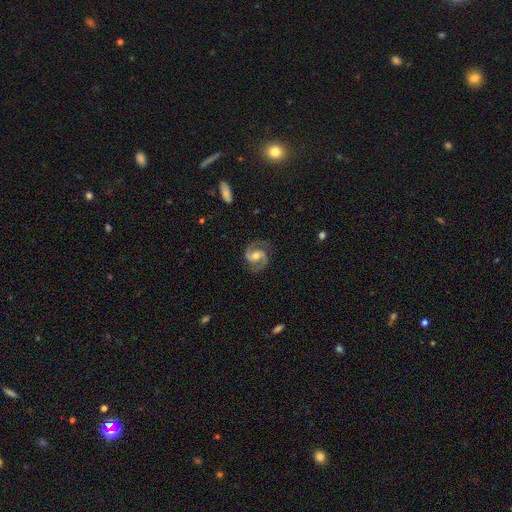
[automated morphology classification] smooth-or-featured: featured or disk: 93% | star or artifact: 4% | smooth: 3%
  disk-edge-on: no: 98% | yes: 2%
    bar: no: 43% | weak: 39% | strong: 18%
    has-spiral-arms: yes: 98% | no: 2%
      spiral-winding: medium: 62% | tight: 24% | loose: 13%
      spiral-arm-count: 2: 94% | can't tell: 1% | 3: 1% | 1: 1% | 4: 1% | more than 4: 1%
    bulge-size: moderate: 66% | small: 28% | large: 3% | none: 1% | dominant: 1%
  merging: none: 85% | minor disturbance: 11% | major disturbance: 3% | merger: 1%